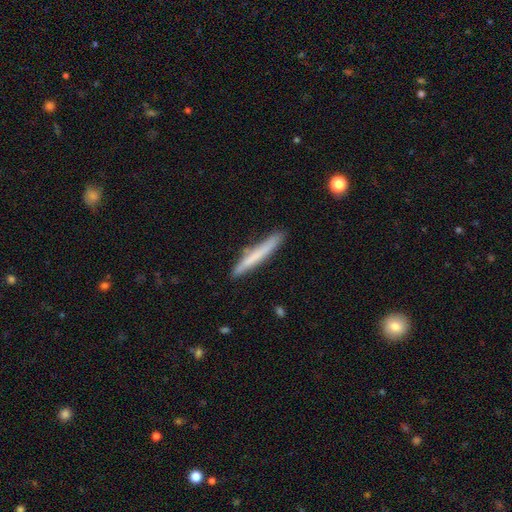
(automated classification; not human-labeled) Q: Smooth or featured?
A: smooth (64%); runner-up: featured or disk (29%)
Q: How rounded?
A: cigar-shaped (96%); runner-up: in between (3%)
Q: Merging?
A: none (85%); runner-up: minor disturbance (11%)